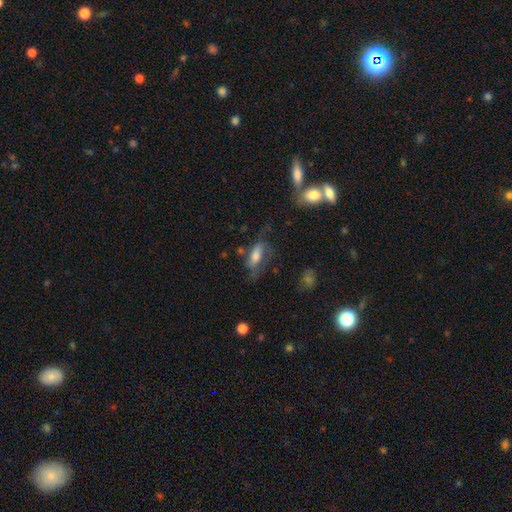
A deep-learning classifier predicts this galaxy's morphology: Smooth or featured? Predicted: smooth (p=0.53). How rounded? Predicted: in between (p=0.76). Merging? Predicted: none (p=0.42).